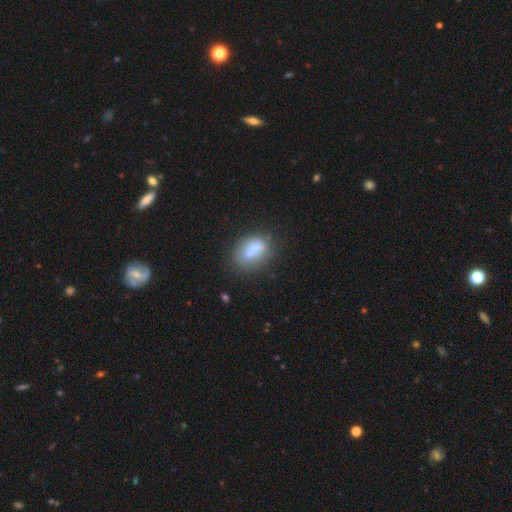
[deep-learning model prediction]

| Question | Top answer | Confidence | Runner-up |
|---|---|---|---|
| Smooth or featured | smooth | 74% | featured or disk (14%) |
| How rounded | in between | 84% | round (14%) |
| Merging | none | 69% | minor disturbance (20%) |